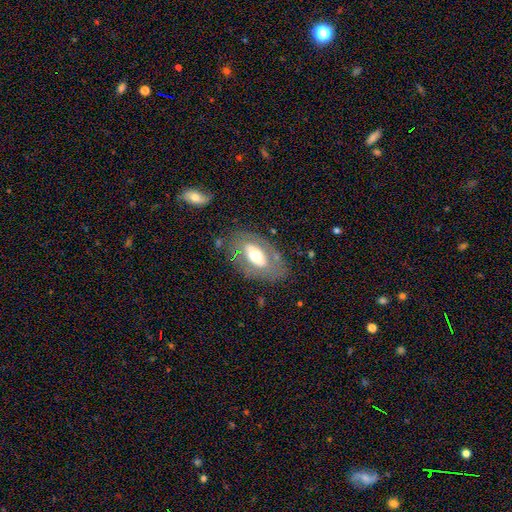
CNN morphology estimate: Smooth or featured? featured or disk (51%)
Edge-on disk? no (87%)
Merging? none (73%)